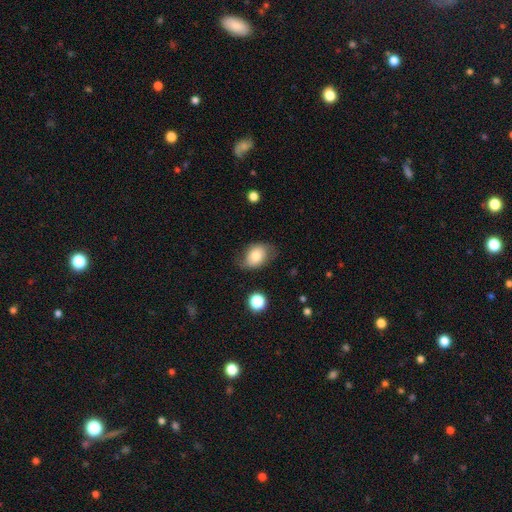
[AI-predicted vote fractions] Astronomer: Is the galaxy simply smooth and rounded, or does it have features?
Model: smooth — 72%.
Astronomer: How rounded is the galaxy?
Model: in between — 75%.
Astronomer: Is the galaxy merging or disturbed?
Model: none — 61%.